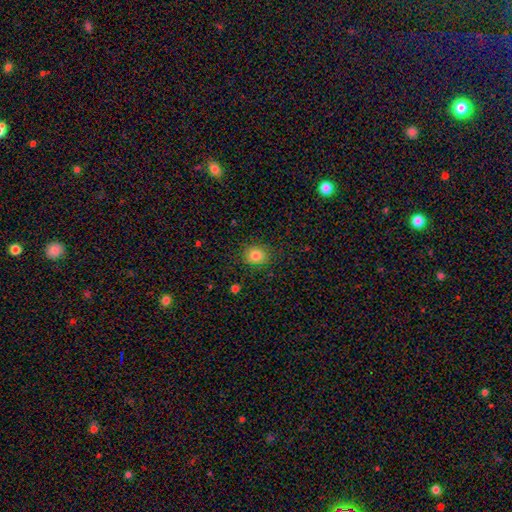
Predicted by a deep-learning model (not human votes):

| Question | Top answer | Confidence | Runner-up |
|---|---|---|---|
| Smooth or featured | smooth | 83% | star or artifact (11%) |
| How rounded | round | 76% | in between (24%) |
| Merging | none | 87% | minor disturbance (9%) |